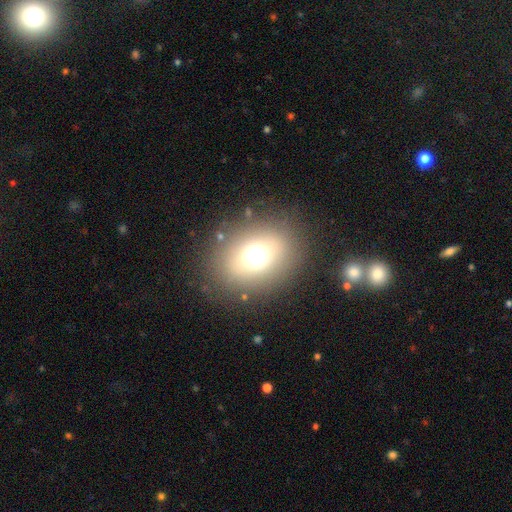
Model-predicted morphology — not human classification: Smooth or featured? smooth (67%)
How rounded? round (55%)
Merging? none (84%)